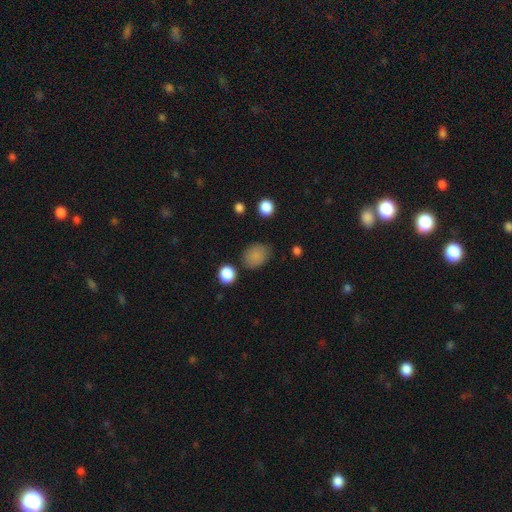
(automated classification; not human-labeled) smooth_or_featured: smooth (p=0.84) [alt: star or artifact p=0.10]
how_rounded: in between (p=0.61) [alt: round p=0.38]
merging: none (p=0.73) [alt: minor disturbance p=0.19]